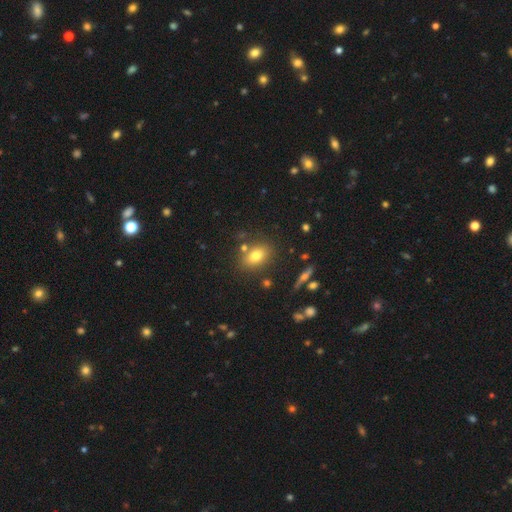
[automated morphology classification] Smooth or featured? Predicted: smooth (p=0.75). How rounded? Predicted: in between (p=0.75). Merging? Predicted: none (p=0.77).